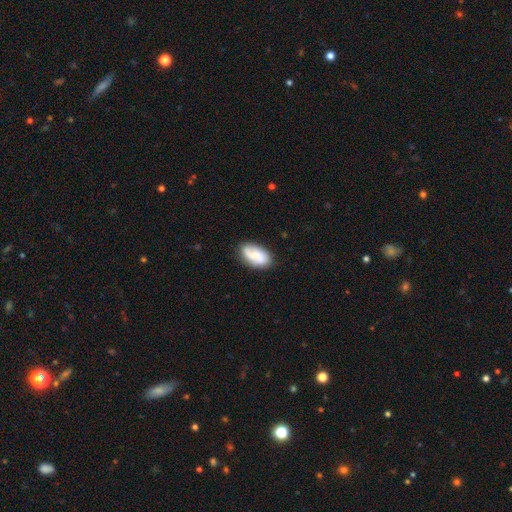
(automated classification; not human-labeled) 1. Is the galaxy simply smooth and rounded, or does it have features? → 52% smooth, 41% featured or disk, 7% star or artifact.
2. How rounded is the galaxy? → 92% in between, 6% round, 3% cigar-shaped.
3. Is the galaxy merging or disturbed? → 75% none, 17% minor disturbance, 5% major disturbance, 3% merger.